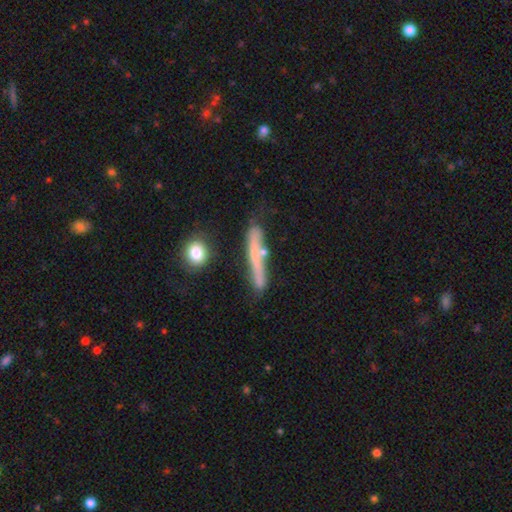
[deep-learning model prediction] Morphology: type=featured or disk (47%); merging=none (56%).